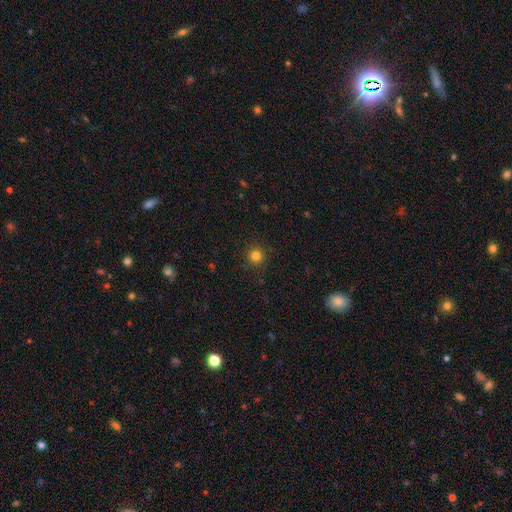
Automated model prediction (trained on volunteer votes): smooth-or-featured: smooth: 81% | star or artifact: 14% | featured or disk: 5%
  how-rounded: round: 95% | in between: 4% | cigar-shaped: 1%
  merging: none: 90% | minor disturbance: 7% | major disturbance: 2% | merger: 1%